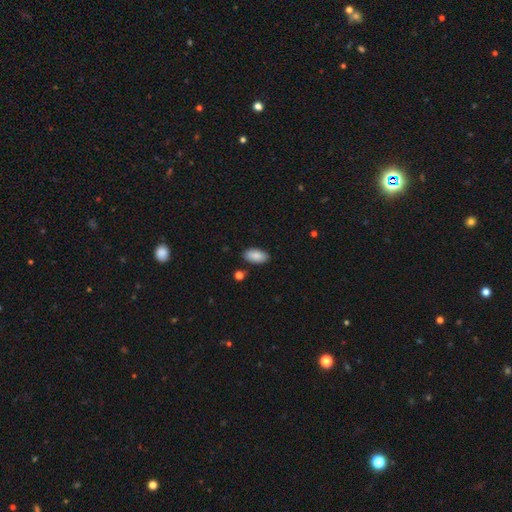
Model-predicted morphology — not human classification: Overall: smooth (88%). How rounded: in between (94%). Merging: none (86%).